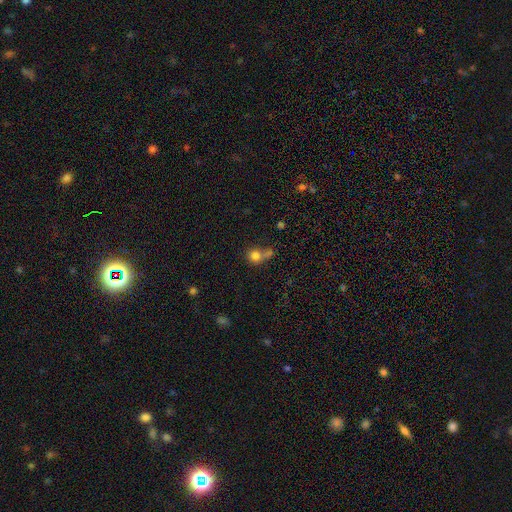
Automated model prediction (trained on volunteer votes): Smooth or featured?
  - smooth: 79% *
  - star or artifact: 12%
  - featured or disk: 9%
How rounded?
  - round: 83% *
  - in between: 16%
  - cigar-shaped: 1%
Merging?
  - merger: 41% *
  - none: 39%
  - minor disturbance: 12%
  - major disturbance: 8%